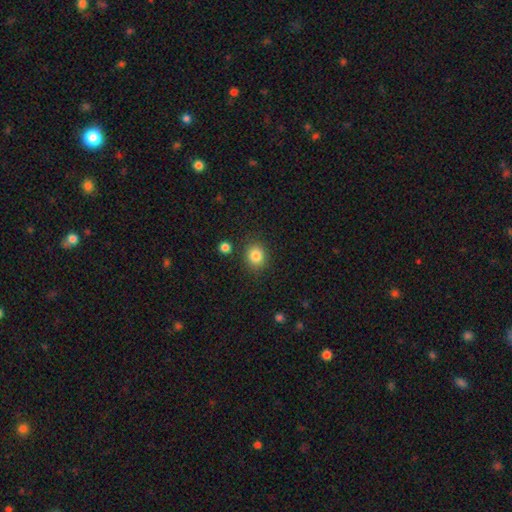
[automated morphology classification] type=smooth (84%); roundness=round (77%); merging=none (85%).